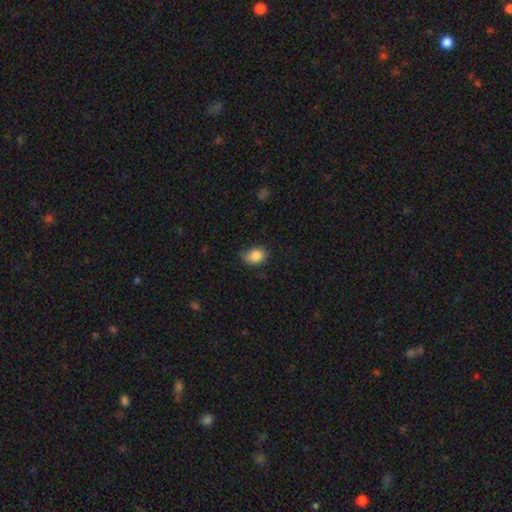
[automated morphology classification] A smooth galaxy with no disk features (86%) that is in between round and cigar-shaped (69%).

Vote fractions:
- Smooth or featured? smooth: 86% / star or artifact: 9% / featured or disk: 6%
- How rounded? in between: 69% / round: 29% / cigar-shaped: 1%
- Merging? none: 63% / minor disturbance: 30% / major disturbance: 6% / merger: 2%